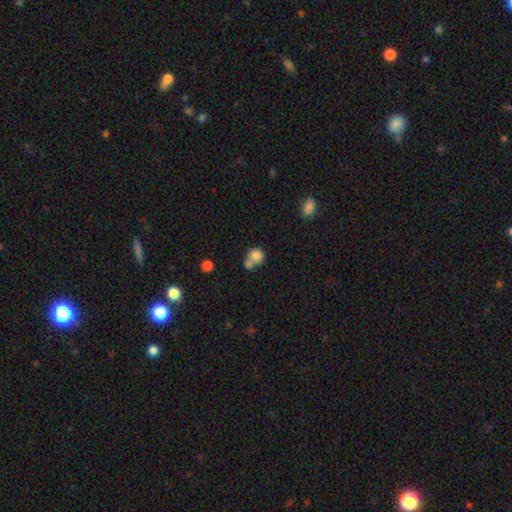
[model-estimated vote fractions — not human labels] Smooth or featured? smooth (77%)
How rounded? round (81%)
Merging? merger (49%)